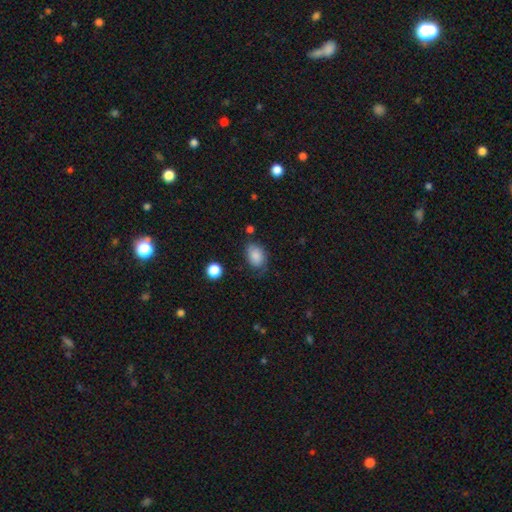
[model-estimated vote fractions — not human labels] smooth 82%, featured or disk 10%, star or artifact 8%. Down the decision tree: how rounded — in between (81%); merging — none (54%).